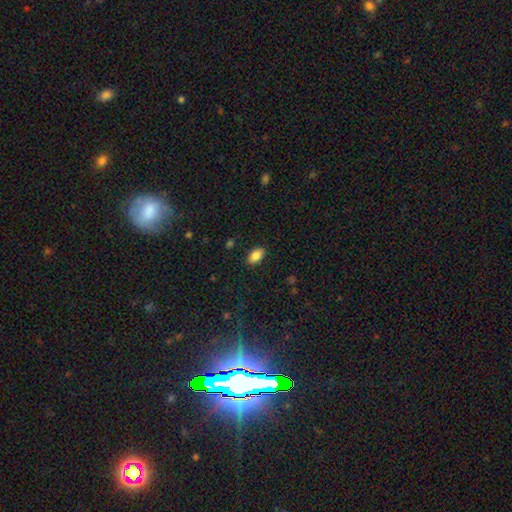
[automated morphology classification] smooth-or-featured: smooth: 85% | star or artifact: 8% | featured or disk: 7%
  how-rounded: in between: 92% | round: 5% | cigar-shaped: 2%
  merging: none: 88% | minor disturbance: 9% | major disturbance: 2% | merger: 1%